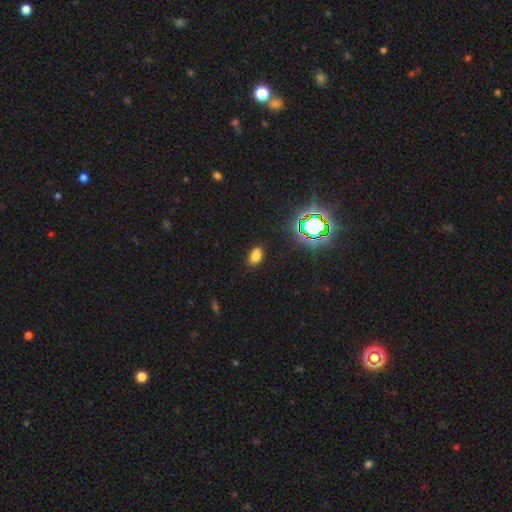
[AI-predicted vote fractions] smooth 74%, star or artifact 21%, featured or disk 5%. Down the decision tree: how rounded — in between (88%); merging — none (83%).